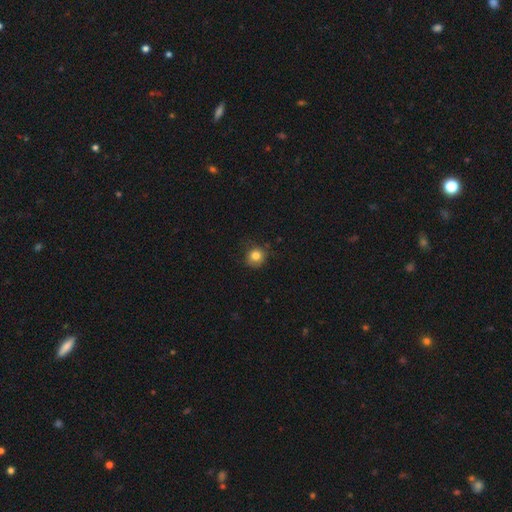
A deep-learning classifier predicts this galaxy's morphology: Smooth or featured?
  - smooth: 81% *
  - star or artifact: 11%
  - featured or disk: 8%
How rounded?
  - round: 87% *
  - in between: 12%
  - cigar-shaped: 1%
Merging?
  - none: 75% *
  - minor disturbance: 19%
  - major disturbance: 5%
  - merger: 1%